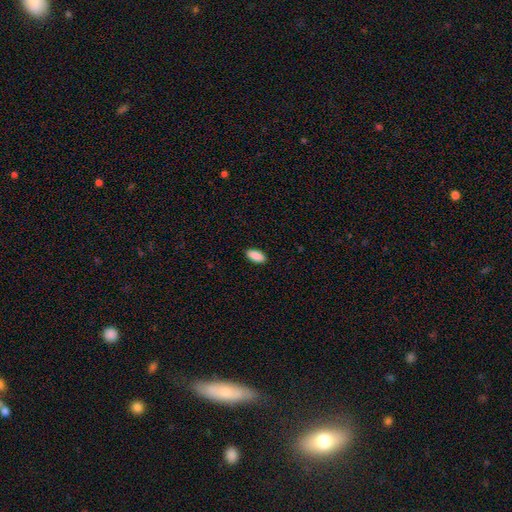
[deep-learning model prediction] smooth-or-featured: smooth: 91% | star or artifact: 6% | featured or disk: 3%
  how-rounded: in between: 89% | cigar-shaped: 9% | round: 2%
  merging: none: 90% | minor disturbance: 7% | major disturbance: 2% | merger: 1%